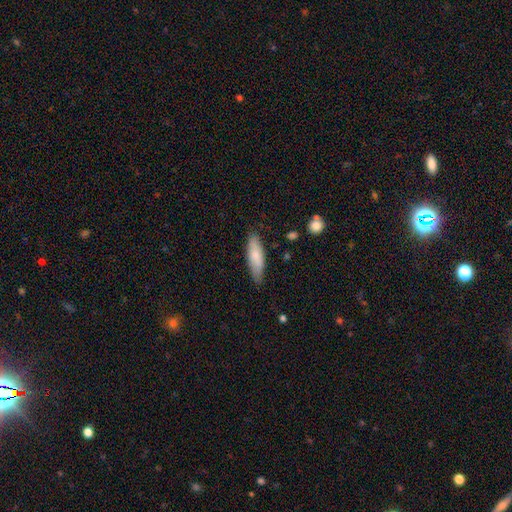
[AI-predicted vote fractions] This is likely a smooth galaxy (75%). How rounded: possibly cigar-shaped (54%). Merging: likely none (78%).